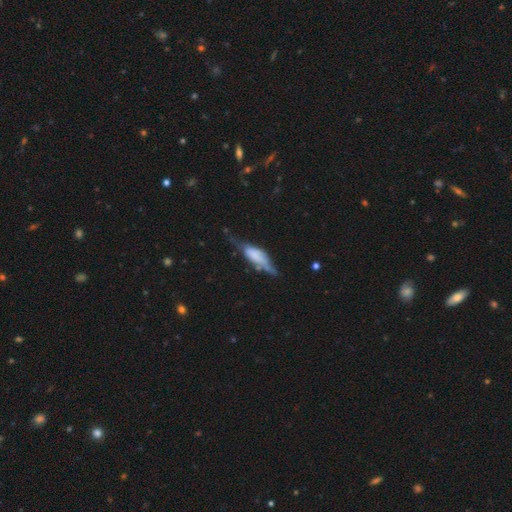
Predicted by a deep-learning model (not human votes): This is possibly a featured or disk galaxy (50%). Merging: marginally none (38%).